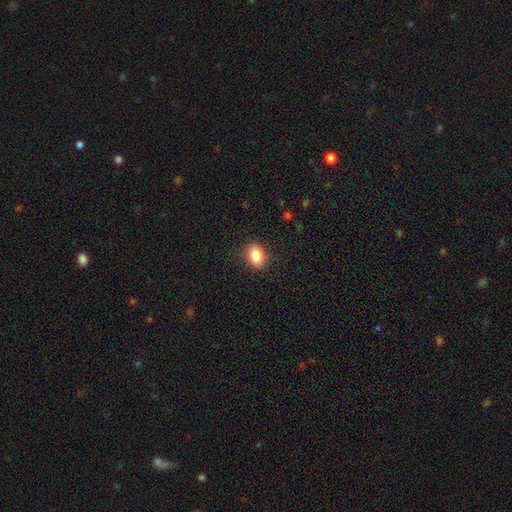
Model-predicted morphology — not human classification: Overall: smooth (87%). How rounded: in between (80%). Merging: none (88%).